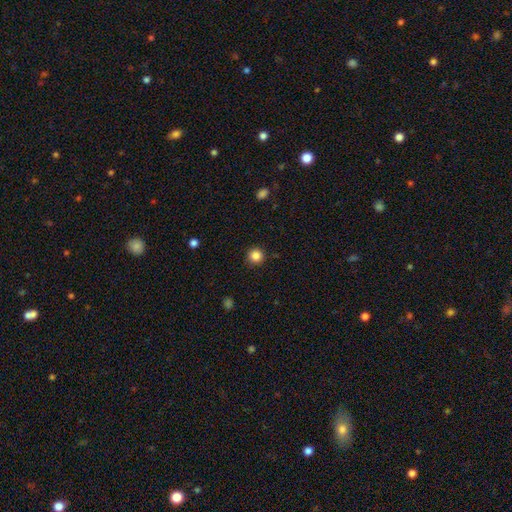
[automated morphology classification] Smooth or featured? smooth (85%)
How rounded? round (95%)
Merging? none (90%)